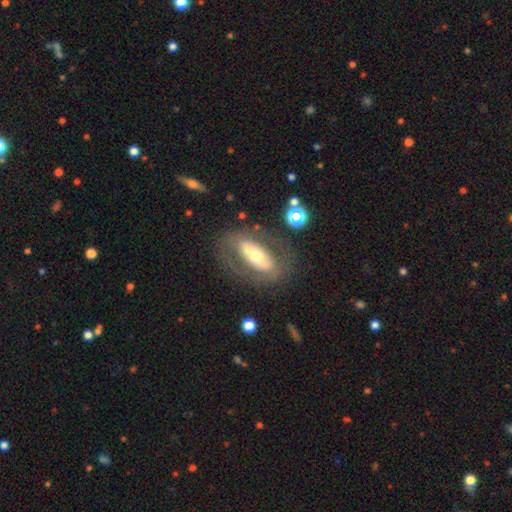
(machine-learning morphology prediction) This is likely a featured or disk galaxy (60%). It is clearly not viewed edge-on (87%). Bar: possibly no (54%). Spiral arm pattern: likely no (75%). Central bulge: likely moderate (62%). Merging: likely none (73%).